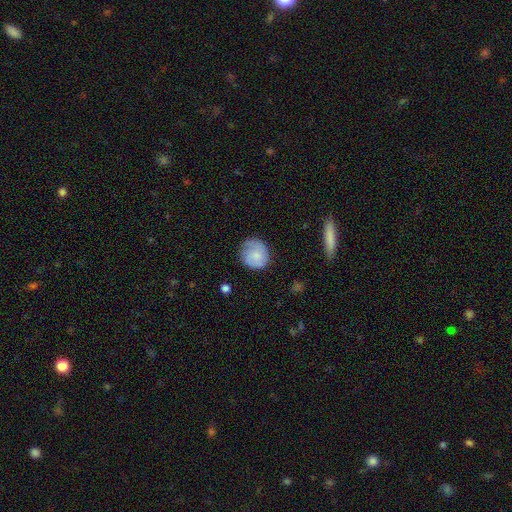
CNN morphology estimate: Overall: smooth (63%; featured or disk 30%). How rounded: round (83%). Merging: none (67%).